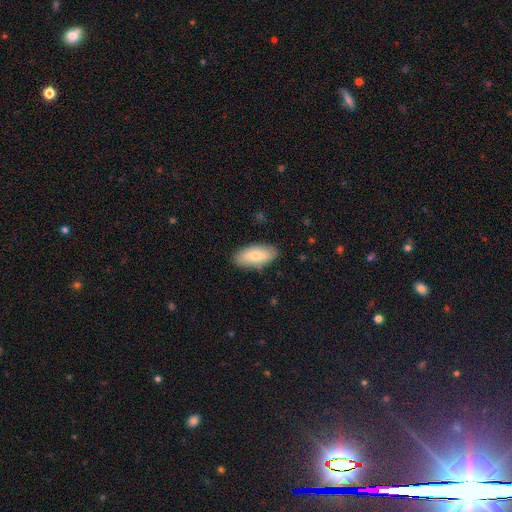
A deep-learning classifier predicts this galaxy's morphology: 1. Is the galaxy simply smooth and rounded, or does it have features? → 75% smooth, 19% featured or disk, 6% star or artifact.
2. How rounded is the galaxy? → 90% in between, 8% cigar-shaped, 2% round.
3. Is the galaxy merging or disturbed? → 84% none, 13% minor disturbance, 3% major disturbance, 1% merger.